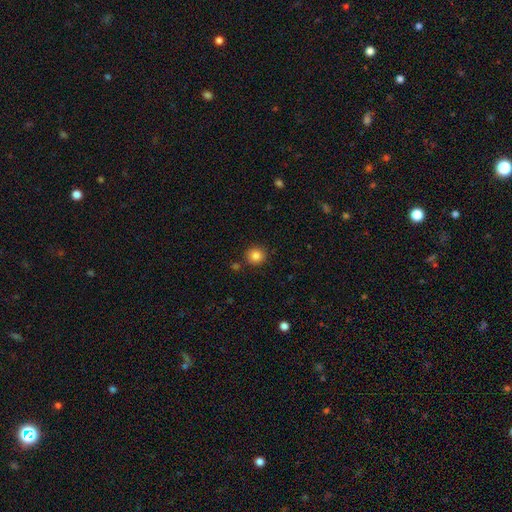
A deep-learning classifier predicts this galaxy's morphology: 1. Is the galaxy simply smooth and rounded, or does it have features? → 84% smooth, 11% star or artifact, 5% featured or disk.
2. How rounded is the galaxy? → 92% round, 8% in between, 1% cigar-shaped.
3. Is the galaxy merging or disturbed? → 88% none, 7% minor disturbance, 3% merger, 2% major disturbance.